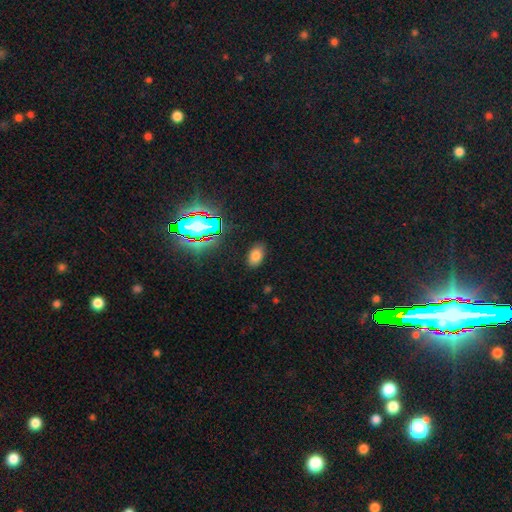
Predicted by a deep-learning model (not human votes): A smooth galaxy with no disk features (72%) that is in between round and cigar-shaped (90%).

Vote fractions:
- Smooth or featured? smooth: 72% / star or artifact: 19% / featured or disk: 9%
- How rounded? in between: 90% / round: 9% / cigar-shaped: 2%
- Merging? none: 86% / minor disturbance: 10% / major disturbance: 3% / merger: 1%